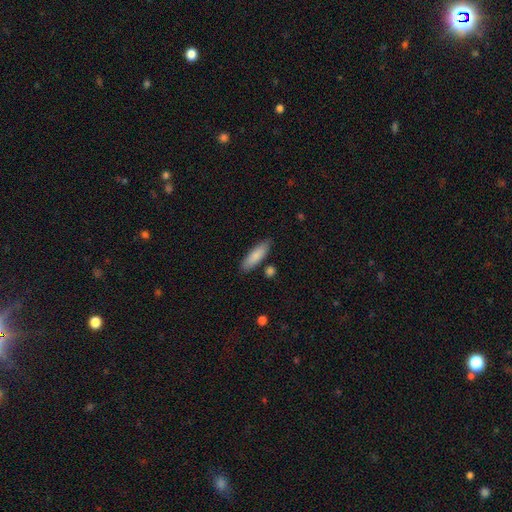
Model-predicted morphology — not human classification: Overall: smooth (82%). How rounded: cigar-shaped (56%; in between 42%). Merging: none (84%).